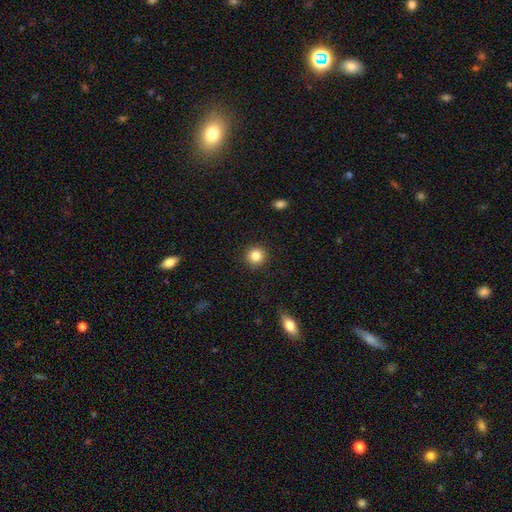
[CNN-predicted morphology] This appears to be a smooth galaxy with no disk features (84%) that is round (93%). Merging: none (91%).